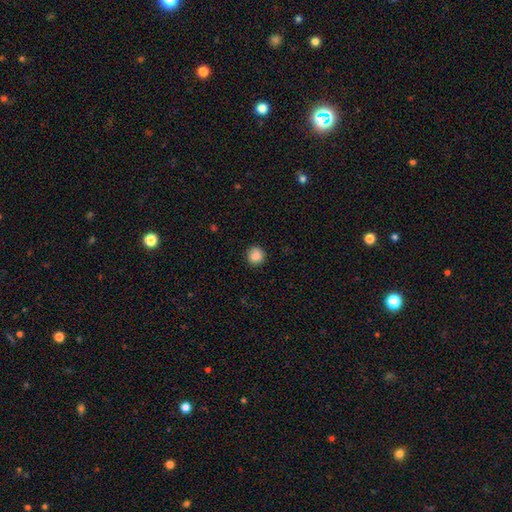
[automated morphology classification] Smooth or featured? smooth (88%)
How rounded? round (93%)
Merging? none (89%)